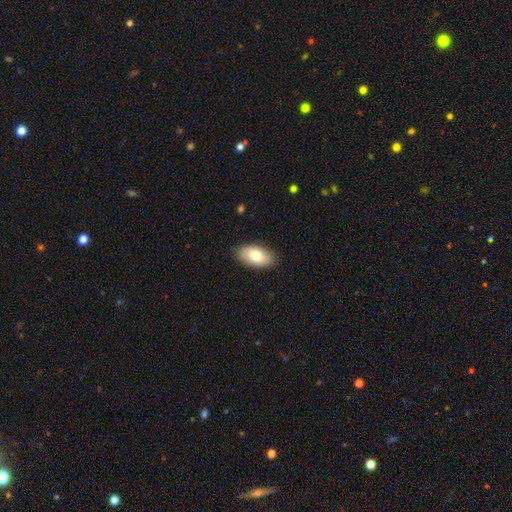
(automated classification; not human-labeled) smooth 78%, featured or disk 16%, star or artifact 6%. Down the decision tree: how rounded — in between (94%); merging — none (87%).